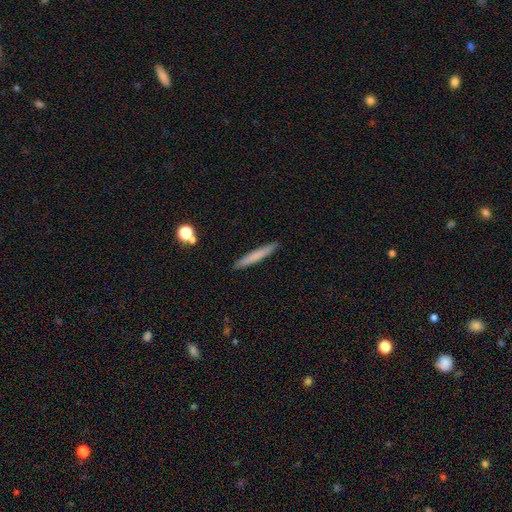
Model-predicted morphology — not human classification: Smooth or featured?
  - smooth: 72% *
  - featured or disk: 22%
  - star or artifact: 7%
How rounded?
  - cigar-shaped: 96% *
  - in between: 3%
  - round: 1%
Merging?
  - none: 91% *
  - minor disturbance: 6%
  - major disturbance: 1%
  - merger: 1%